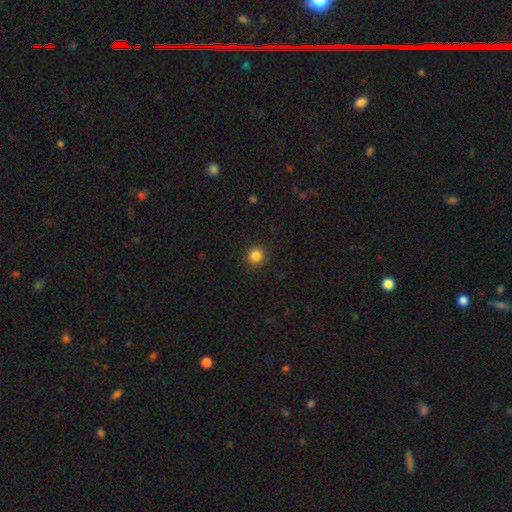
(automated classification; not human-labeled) smooth_or_featured: smooth (p=0.85) [alt: star or artifact p=0.11]
how_rounded: round (p=0.94) [alt: in between p=0.05]
merging: none (p=0.92) [alt: minor disturbance p=0.05]